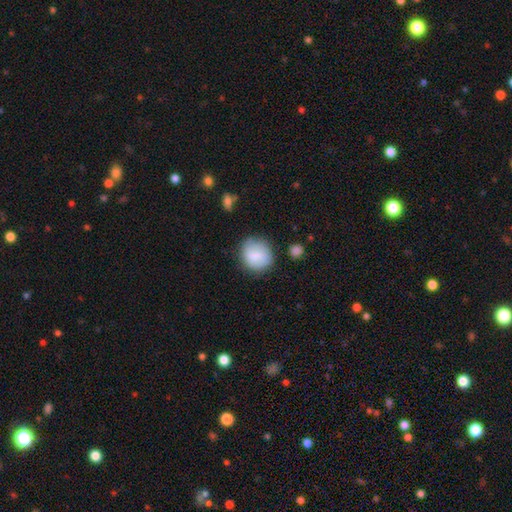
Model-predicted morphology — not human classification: Smooth or featured: smooth — 77% (featured or disk — 16%)
How rounded: round — 83% (in between — 16%)
Merging: none — 72% (minor disturbance — 19%)